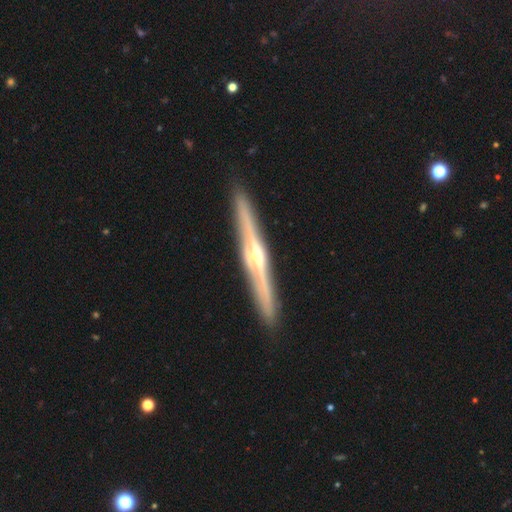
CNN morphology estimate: Overall: featured or disk (83%). Edge-on disk: yes (98%). Edge-on bulge: rounded (87%). Merging: none (92%).